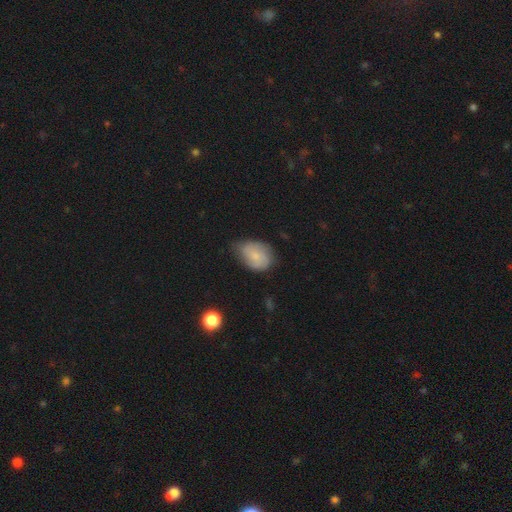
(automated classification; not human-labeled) A smooth galaxy with no disk features (60%) that is in between round and cigar-shaped (73%). Merging: none (51%).